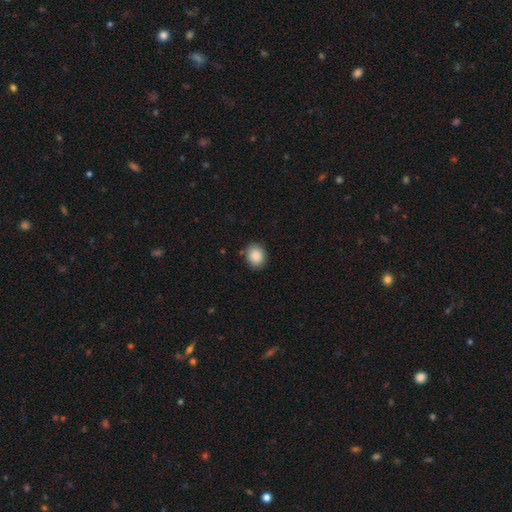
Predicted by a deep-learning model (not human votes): This appears to be a smooth galaxy with no disk features (88%) that is round (57%). Merging: none (87%).